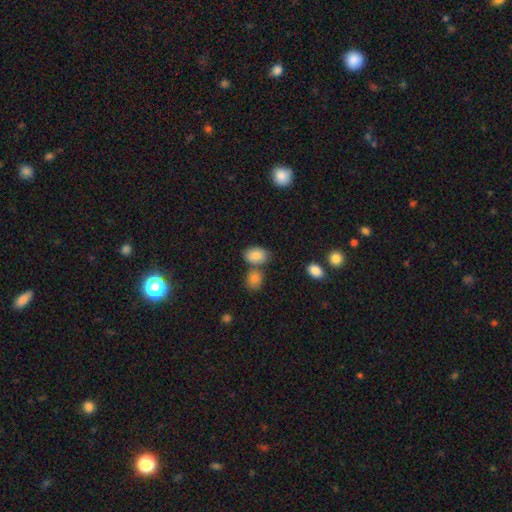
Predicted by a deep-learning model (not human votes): A smooth galaxy with no disk features (84%) that is in between round and cigar-shaped (87%). Merging: none (57%).